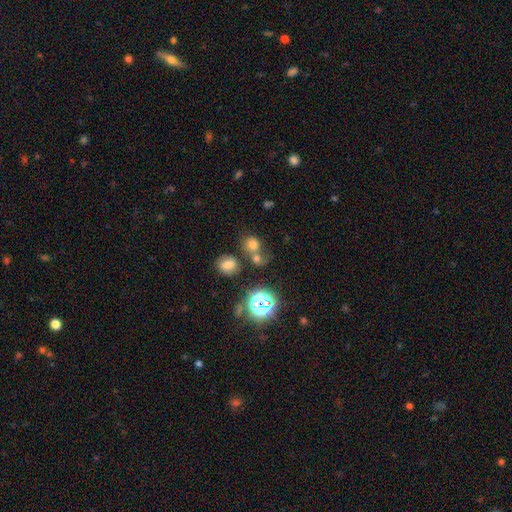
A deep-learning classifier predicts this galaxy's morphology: type=smooth (46%); merging=none (62%).